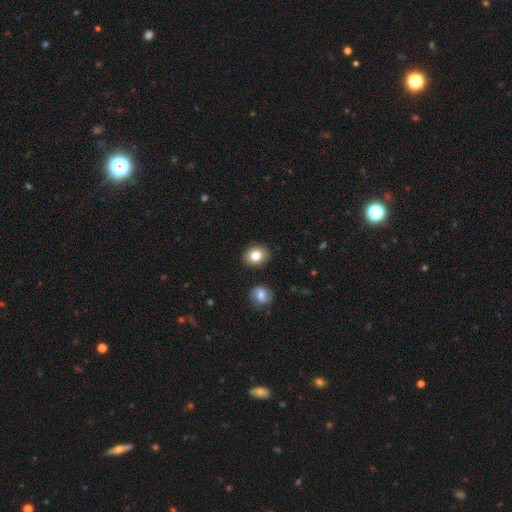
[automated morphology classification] Smooth or featured? smooth (81%)
How rounded? round (52%)
Merging? none (87%)